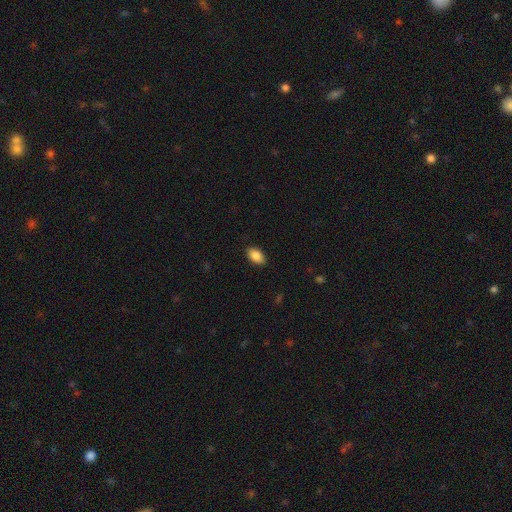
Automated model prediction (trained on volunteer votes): The model was most divided on "merging": none: 88%, minor disturbance: 9%, major disturbance: 2%, merger: 1%. More confident: how rounded — in between (93%); smooth or featured — smooth (88%).